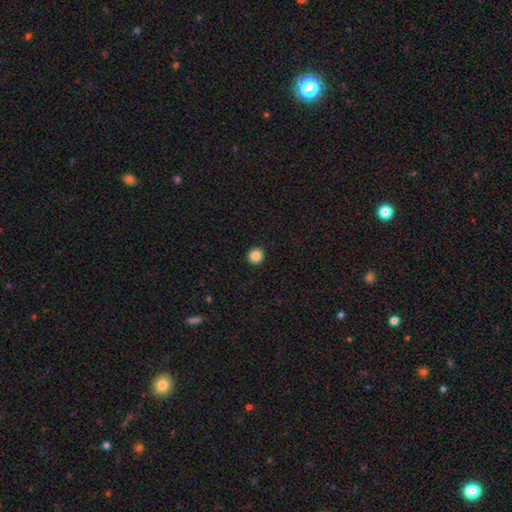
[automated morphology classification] smooth-or-featured: smooth: 86% | star or artifact: 10% | featured or disk: 4%
  how-rounded: round: 94% | in between: 5% | cigar-shaped: 1%
  merging: none: 94% | minor disturbance: 4% | major disturbance: 1% | merger: 1%